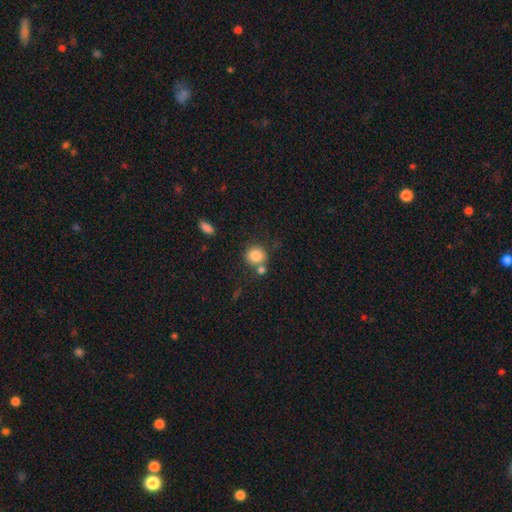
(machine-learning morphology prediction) A smooth galaxy with no disk features (84%) that is round (85%). Merging: none (66%).